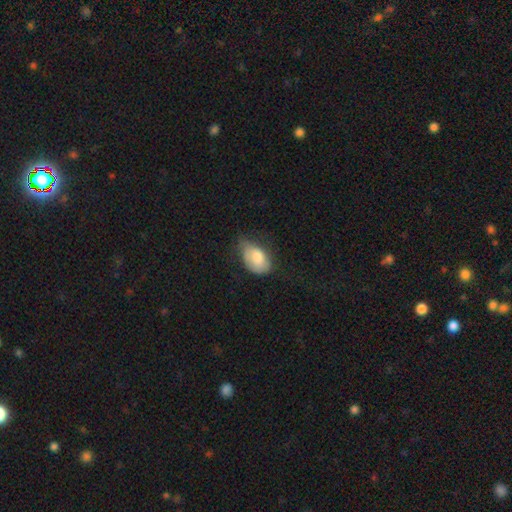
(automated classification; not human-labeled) The model was most divided on "merging": minor disturbance: 45%, none: 37%, major disturbance: 16%, merger: 2%. More confident: how rounded — in between (90%); smooth or featured — smooth (75%).